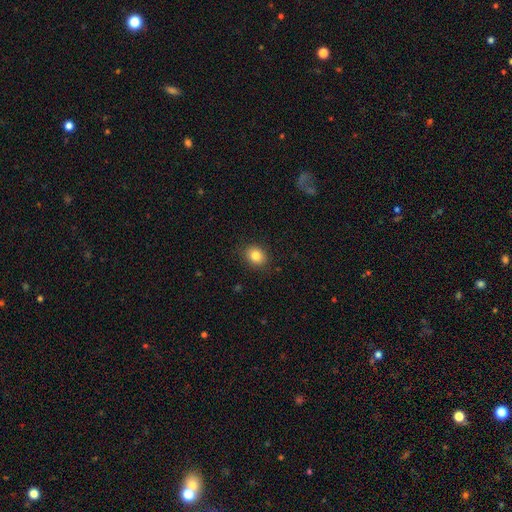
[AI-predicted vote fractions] smooth_or_featured: smooth (p=0.83) [alt: star or artifact p=0.10]
how_rounded: round (p=0.55) [alt: in between p=0.44]
merging: none (p=0.88) [alt: minor disturbance p=0.09]